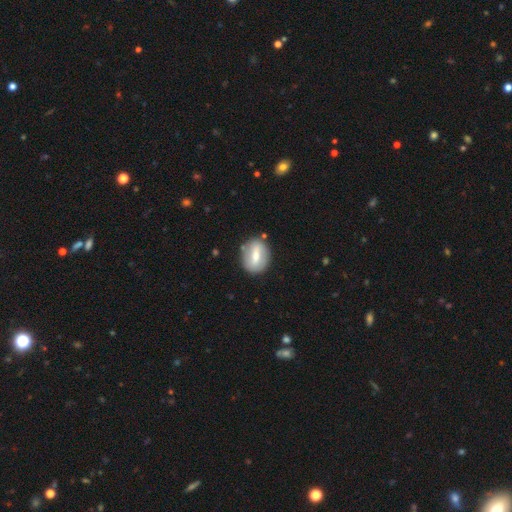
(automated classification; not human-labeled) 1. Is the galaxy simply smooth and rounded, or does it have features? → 55% smooth, 38% featured or disk, 7% star or artifact.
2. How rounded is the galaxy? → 61% in between, 34% round, 4% cigar-shaped.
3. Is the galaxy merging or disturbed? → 80% none, 13% minor disturbance, 4% major disturbance, 3% merger.